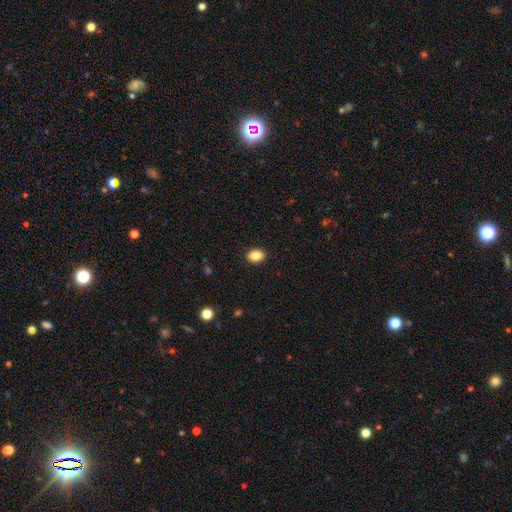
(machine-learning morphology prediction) type=smooth (86%); roundness=in between (68%); merging=none (91%).